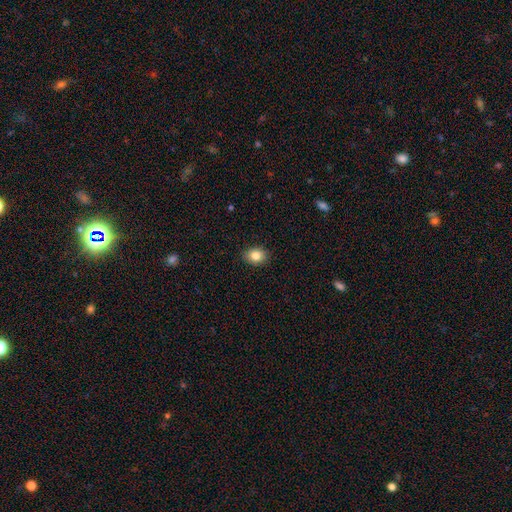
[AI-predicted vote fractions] This appears to be a smooth galaxy with no disk features (84%) that is in between round and cigar-shaped (59%). Merging: none (89%).